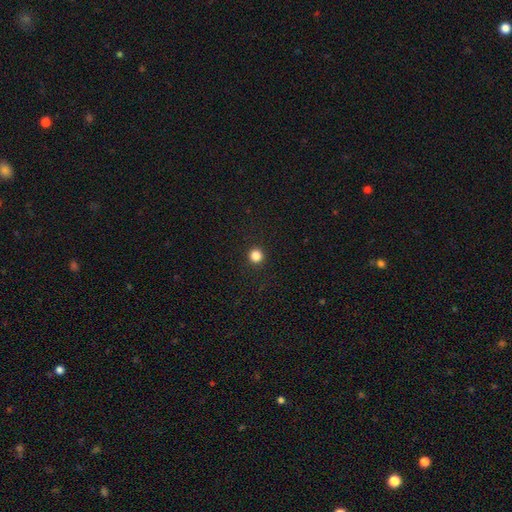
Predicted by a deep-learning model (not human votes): A smooth galaxy with no disk features (84%) that is round (95%). Merging: none (94%).